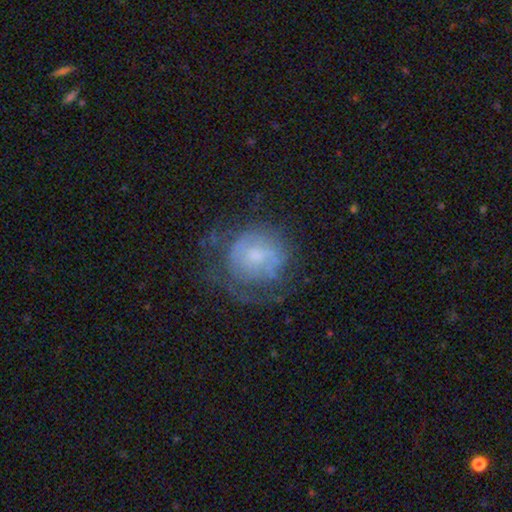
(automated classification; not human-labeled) featured or disk 54%, smooth 37%, star or artifact 10%. Down the decision tree: edge-on disk — no (97%); bar — no (74%); spiral arms — no (50%, tied with yes); bulge size — small (40%); merging — none (51%).